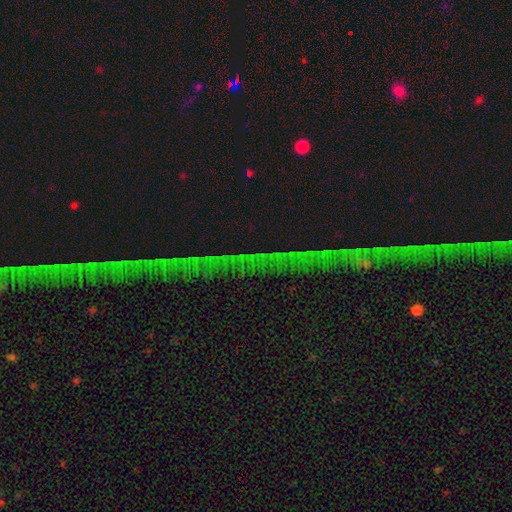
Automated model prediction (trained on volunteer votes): Smooth or featured? star or artifact (76%)